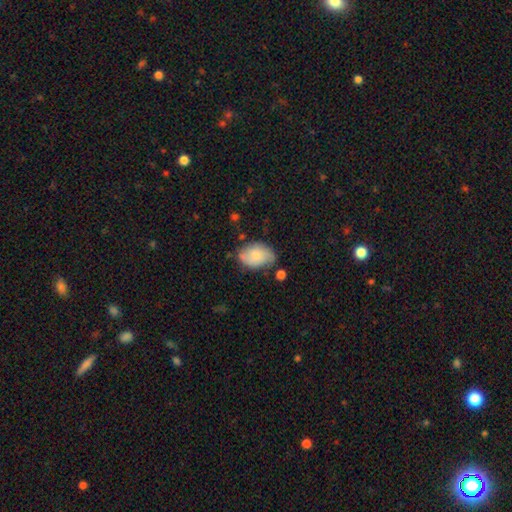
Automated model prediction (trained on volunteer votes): Smooth or featured? Predicted: smooth (p=0.71). How rounded? Predicted: in between (p=0.86). Merging? Predicted: none (p=0.59).